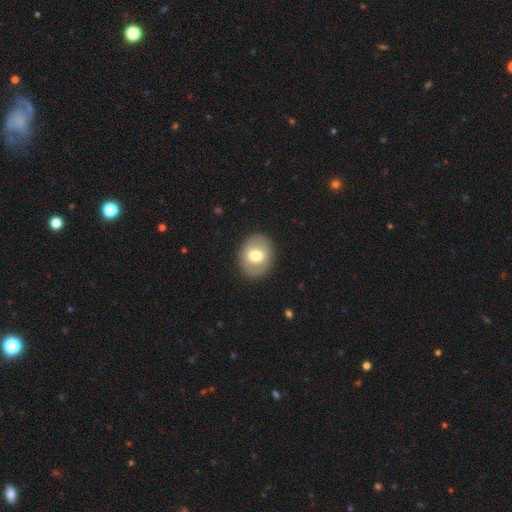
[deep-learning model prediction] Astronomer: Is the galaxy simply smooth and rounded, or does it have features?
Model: smooth — 65%.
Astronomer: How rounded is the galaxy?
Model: round — 52% (runner-up: in between, 47%).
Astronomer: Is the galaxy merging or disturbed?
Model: none — 87%.